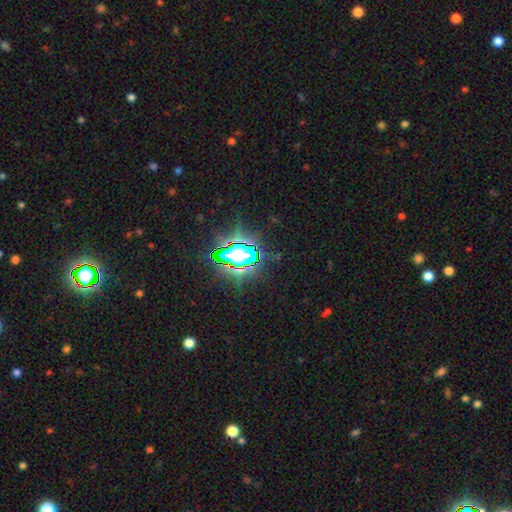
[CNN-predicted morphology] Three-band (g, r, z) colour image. It shows a star or artifact, not a galaxy (77%).